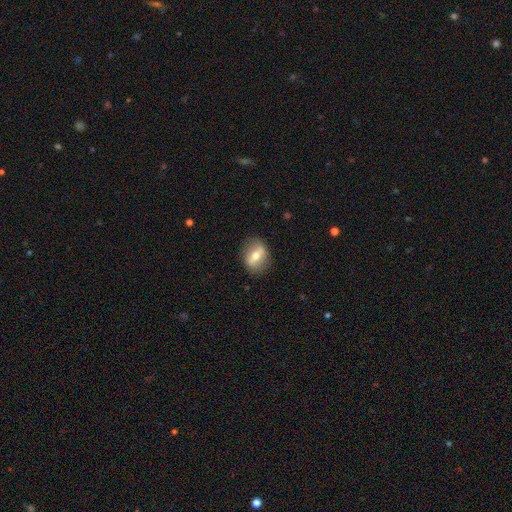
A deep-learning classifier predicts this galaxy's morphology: This appears to be a featured or disk galaxy (48%). Merging: none (84%).